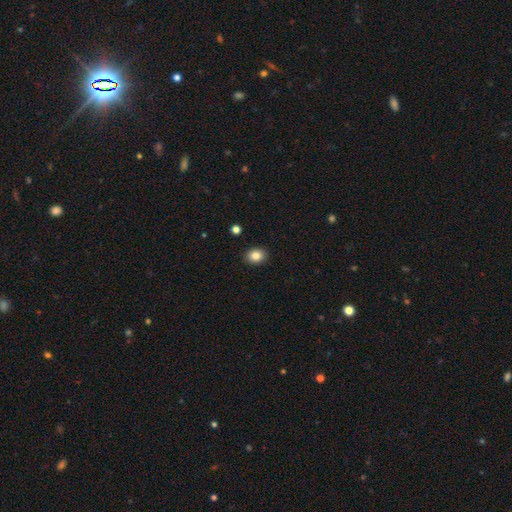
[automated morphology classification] Overall: smooth (85%). How rounded: in between (54%; round 45%). Merging: none (91%).